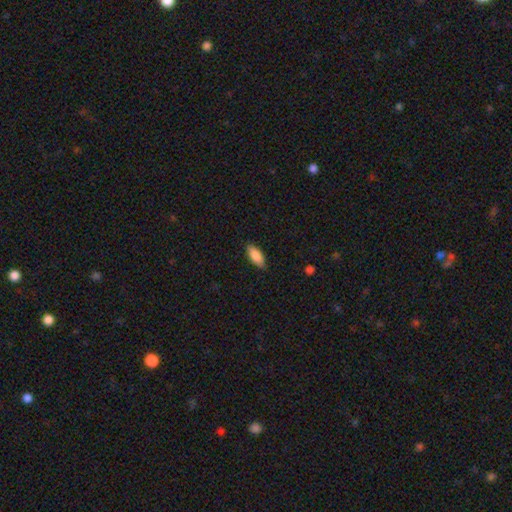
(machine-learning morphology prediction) smooth 88%, featured or disk 6%, star or artifact 6%. Down the decision tree: how rounded — in between (84%); merging — none (85%).